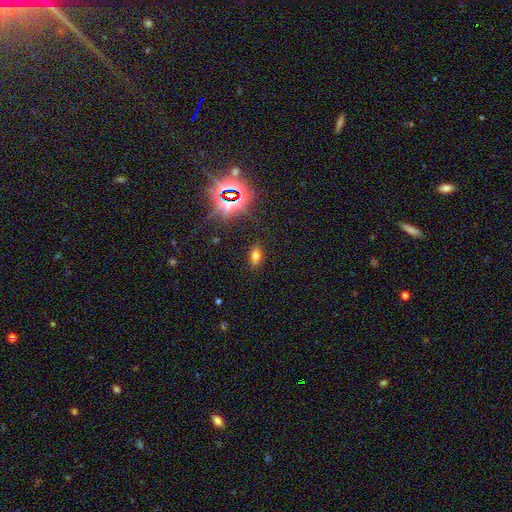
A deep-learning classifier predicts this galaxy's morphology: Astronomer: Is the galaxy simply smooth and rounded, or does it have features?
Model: smooth — 63%.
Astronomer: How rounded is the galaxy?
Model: in between — 85%.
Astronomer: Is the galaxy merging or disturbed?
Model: none — 84%.